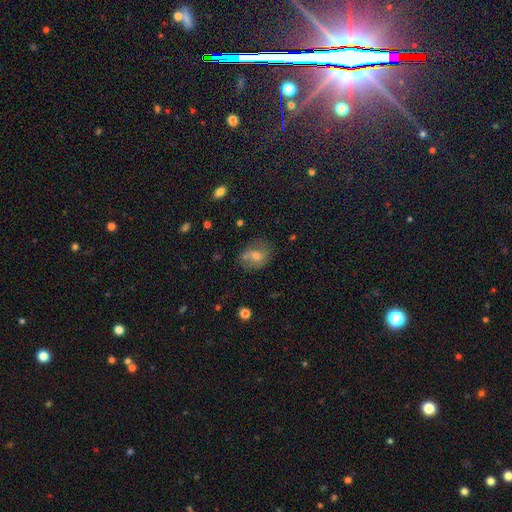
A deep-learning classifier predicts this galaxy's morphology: Smooth or featured? smooth (60%)
How rounded? in between (56%)
Merging? none (64%)